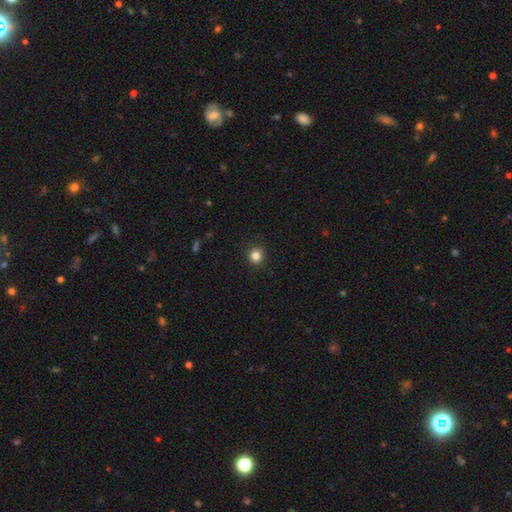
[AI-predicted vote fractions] The model was most divided on "smooth or featured": smooth: 83%, star or artifact: 13%, featured or disk: 5%. More confident: how rounded — round (94%); merging — none (92%).